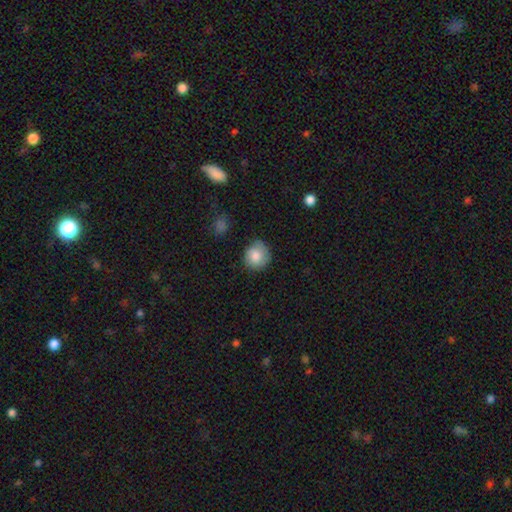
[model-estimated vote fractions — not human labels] This is clearly a smooth galaxy (82%). How rounded: clearly round (86%). Merging: likely none (69%).